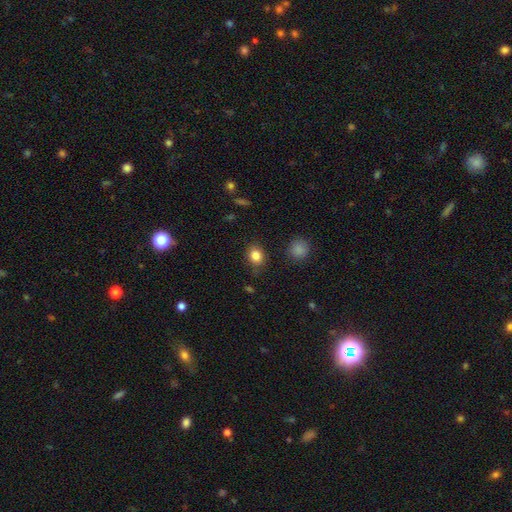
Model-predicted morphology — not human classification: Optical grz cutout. It shows a smooth galaxy with no disk features (84%) that is in between round and cigar-shaped (50%). Merging: none (80%).